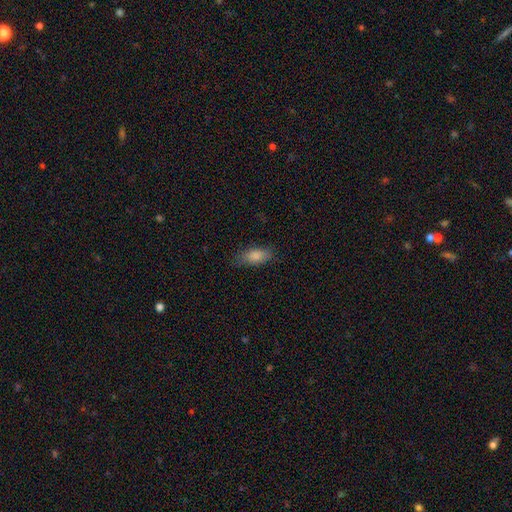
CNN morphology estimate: smooth_or_featured: smooth (p=0.84) [alt: featured or disk p=0.08]
how_rounded: in between (p=0.86) [alt: cigar-shaped p=0.11]
merging: none (p=0.78) [alt: minor disturbance p=0.17]